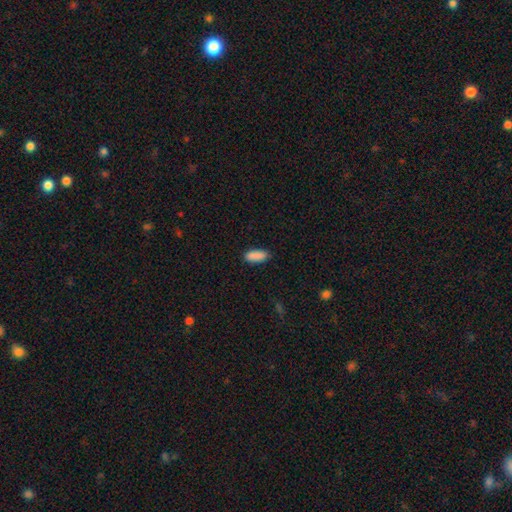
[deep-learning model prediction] Overall: smooth (90%). How rounded: in between (80%). Merging: none (85%).